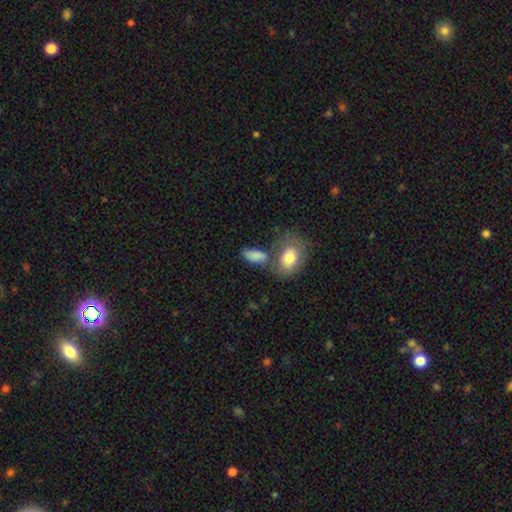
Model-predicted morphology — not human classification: smooth-or-featured: smooth: 83% | featured or disk: 10% | star or artifact: 8%
  how-rounded: in between: 87% | round: 8% | cigar-shaped: 6%
  merging: none: 47% | merger: 25% | minor disturbance: 19% | major disturbance: 9%